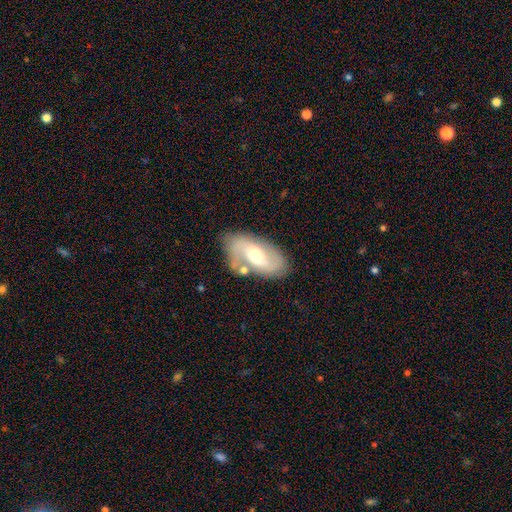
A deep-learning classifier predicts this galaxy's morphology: type=featured or disk (71%); edge-on=no (93%); bar=weak (46%); spiral arms=yes (83%); winding=loose (45%); arm count=2 (86%); bulge=moderate (68%); merging=none (70%).